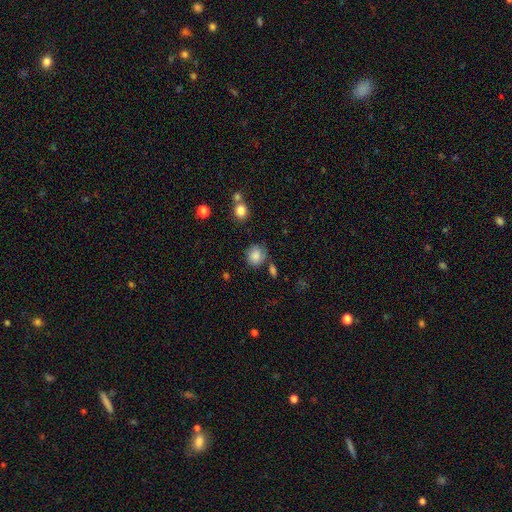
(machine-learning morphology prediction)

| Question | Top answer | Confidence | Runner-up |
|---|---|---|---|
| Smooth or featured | smooth | 82% | star or artifact (9%) |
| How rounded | round | 78% | in between (21%) |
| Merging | none | 69% | minor disturbance (20%) |